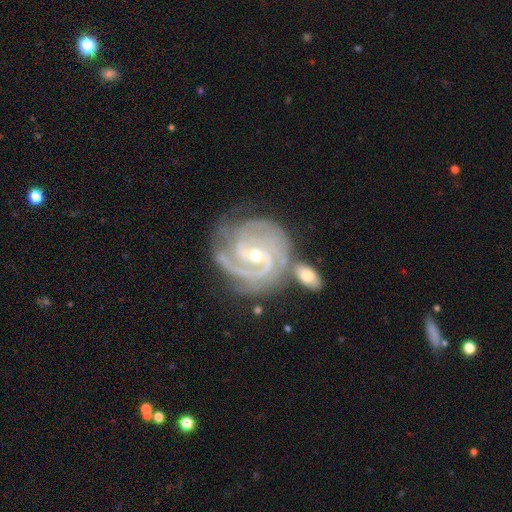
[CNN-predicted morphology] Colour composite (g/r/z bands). It shows a featured or disk galaxy (92%) with no bar (41%, tied with weak), 3 (40%) tight (64%) spiral arms (98%) and a small central bulge (58%). Merging: none (56%).